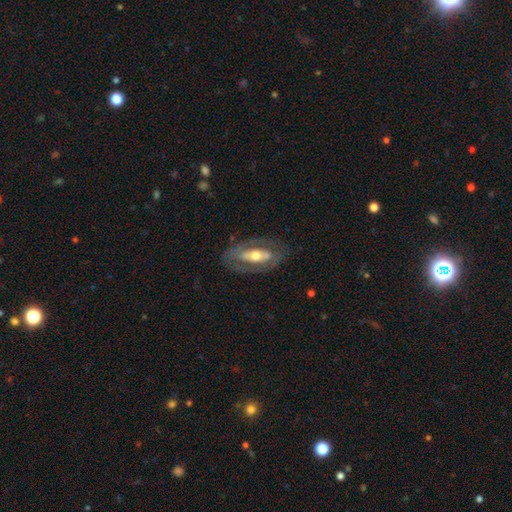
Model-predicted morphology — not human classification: A featured or disk galaxy (66%) with no bar (52%), no spiral arms (63%) and a moderate central bulge (63%). Merging: none (76%).